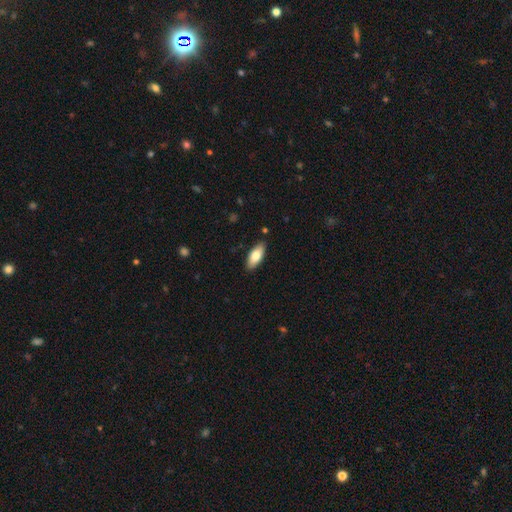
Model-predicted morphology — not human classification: smooth_or_featured: smooth (p=0.76) [alt: featured or disk p=0.18]
how_rounded: in between (p=0.81) [alt: cigar-shaped p=0.17]
merging: none (p=0.88) [alt: minor disturbance p=0.09]